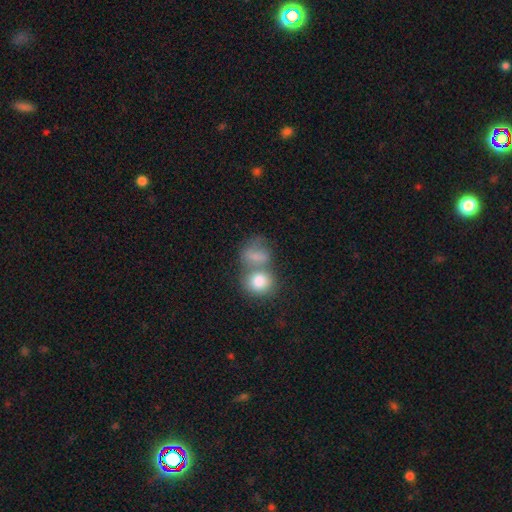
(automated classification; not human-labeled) smooth_or_featured: smooth (p=0.71) [alt: featured or disk p=0.19]
how_rounded: round (p=0.57) [alt: in between p=0.42]
merging: merger (p=0.54) [alt: none p=0.26]